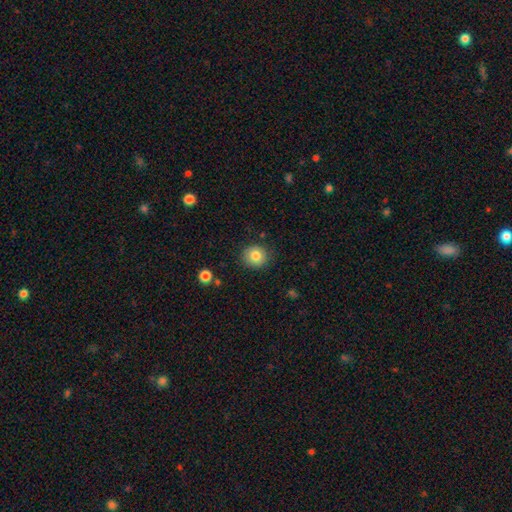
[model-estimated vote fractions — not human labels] A smooth galaxy with no disk features (82%) that is round (89%). Merging: none (87%).